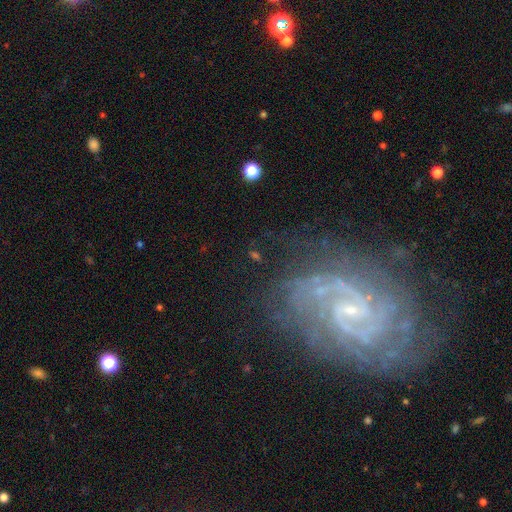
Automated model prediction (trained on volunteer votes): smooth_or_featured: featured or disk (p=0.62) [alt: star or artifact p=0.19]
disk_edge_on: no (p=0.96) [alt: yes p=0.04]
bar: no (p=0.48) [alt: weak p=0.33]
has_spiral_arms: yes (p=0.73) [alt: no p=0.27]
bulge_size: small (p=0.55) [alt: moderate p=0.22]
merging: none (p=0.59) [alt: major disturbance p=0.18]